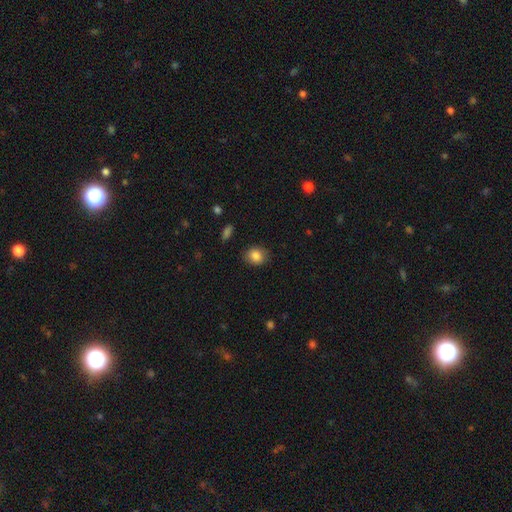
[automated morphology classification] The model was most divided on "how rounded": round: 55%, in between: 44%, cigar-shaped: 1%. More confident: merging — none (85%); smooth or featured — smooth (85%).